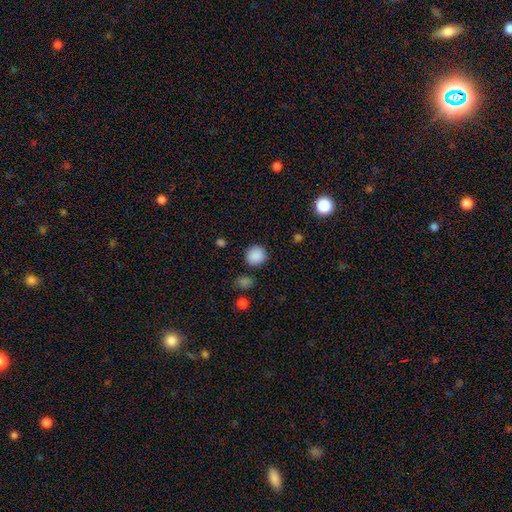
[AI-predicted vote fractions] The model was most divided on "merging": none: 86%, minor disturbance: 9%, major disturbance: 3%, merger: 3%. More confident: how rounded — round (90%); smooth or featured — smooth (87%).